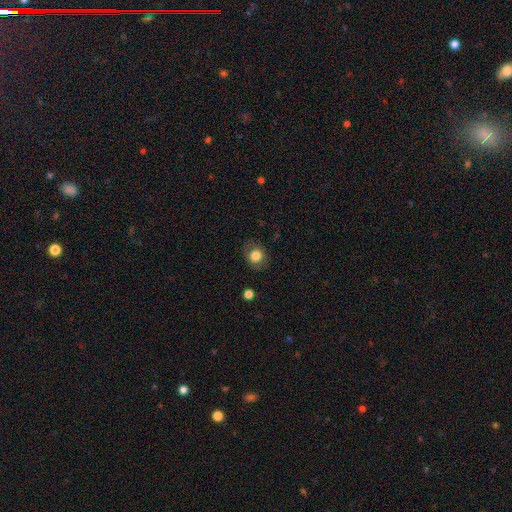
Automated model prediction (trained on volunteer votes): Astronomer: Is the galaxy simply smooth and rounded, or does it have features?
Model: smooth — 77%.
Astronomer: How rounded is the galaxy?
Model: round — 65%.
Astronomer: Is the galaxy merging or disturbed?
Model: none — 80%.